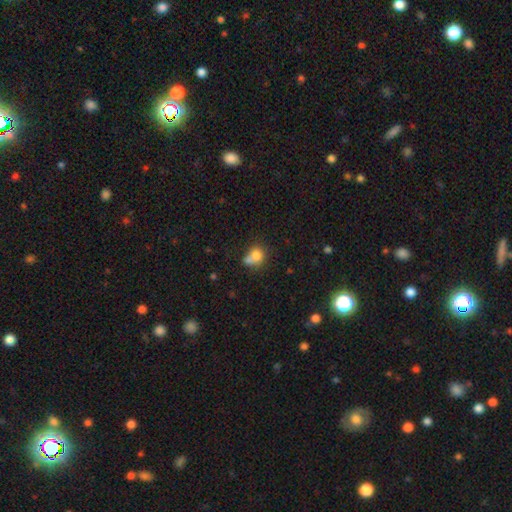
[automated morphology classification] Smooth or featured: smooth — 76% (featured or disk — 13%)
How rounded: round — 64% (in between — 35%)
Merging: merger — 43% (none — 35%)